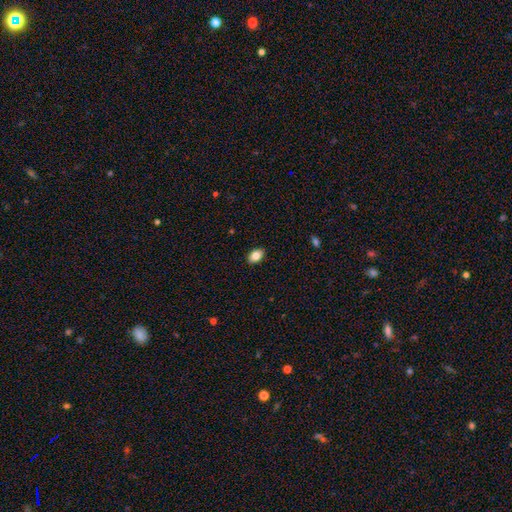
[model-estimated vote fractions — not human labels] Overall: smooth (84%). How rounded: in between (88%). Merging: none (89%).